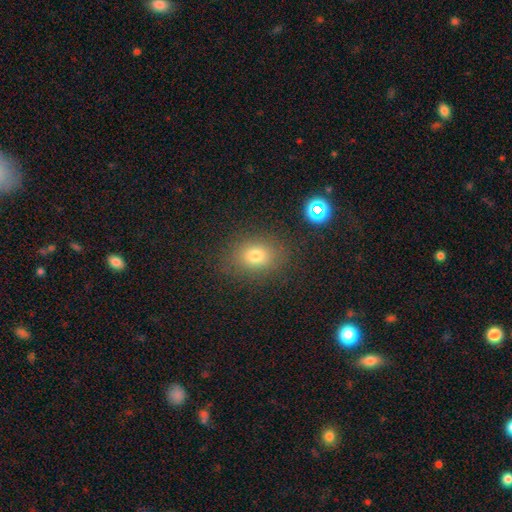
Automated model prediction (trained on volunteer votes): A smooth galaxy with no disk features (76%) that is in between round and cigar-shaped (55%).

Vote fractions:
- Smooth or featured? smooth: 76% / star or artifact: 15% / featured or disk: 10%
- How rounded? in between: 55% / round: 43% / cigar-shaped: 1%
- Merging? none: 83% / minor disturbance: 11% / major disturbance: 4% / merger: 2%